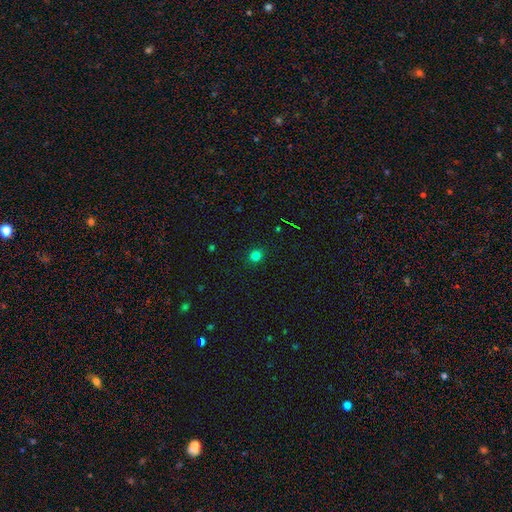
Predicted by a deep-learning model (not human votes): A smooth galaxy with no disk features (78%) that is round (83%). Merging: none (90%).